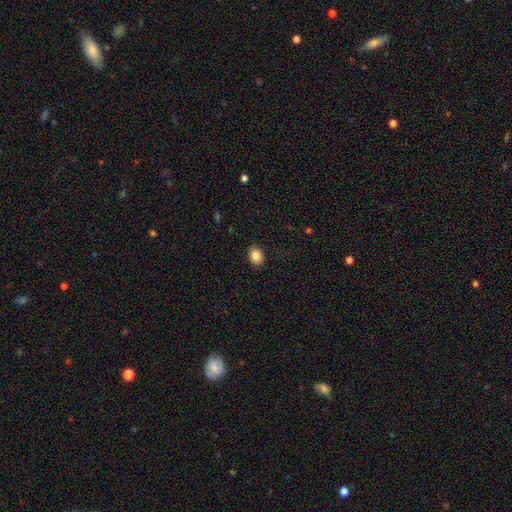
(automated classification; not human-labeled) A smooth galaxy with no disk features (84%) that is in between round and cigar-shaped (60%).

Vote fractions:
- Smooth or featured? smooth: 84% / star or artifact: 9% / featured or disk: 7%
- How rounded? in between: 60% / round: 39% / cigar-shaped: 1%
- Merging? none: 90% / minor disturbance: 7% / major disturbance: 2% / merger: 1%